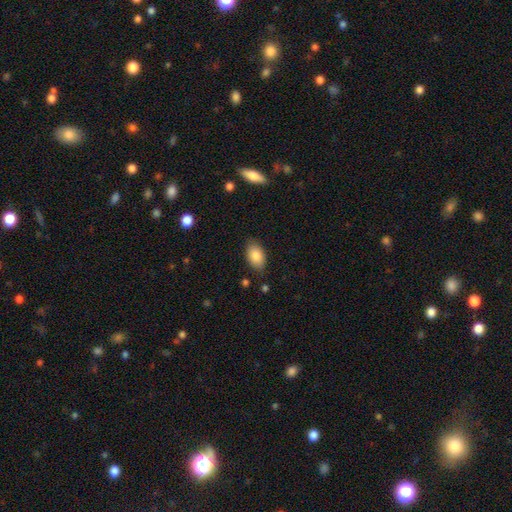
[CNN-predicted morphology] This appears to be a smooth galaxy with no disk features (86%) that is in between round and cigar-shaped (92%). Merging: none (83%).